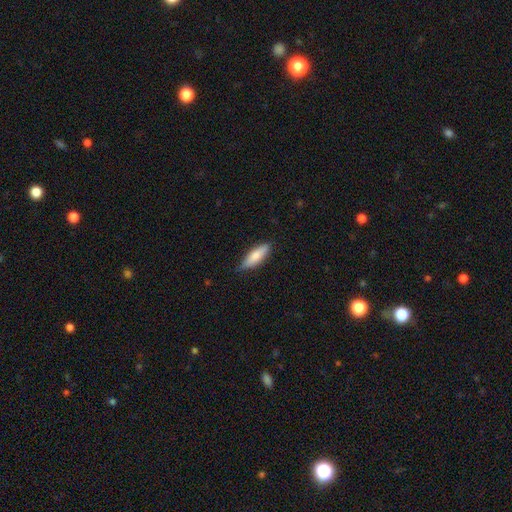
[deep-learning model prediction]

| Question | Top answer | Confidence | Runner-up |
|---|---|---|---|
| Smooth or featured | smooth | 78% | featured or disk (16%) |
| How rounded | in between | 52% | cigar-shaped (47%) |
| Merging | none | 80% | minor disturbance (17%) |